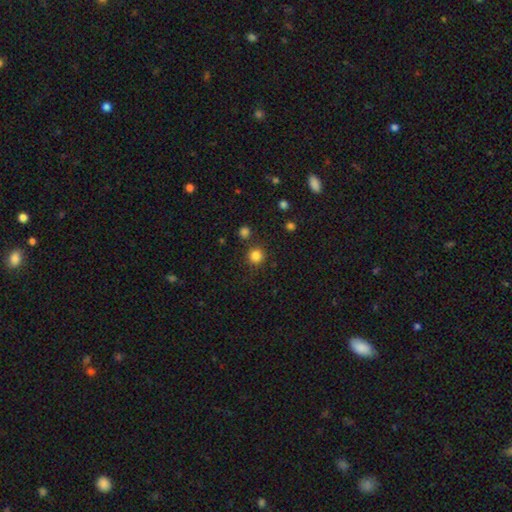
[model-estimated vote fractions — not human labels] Overall: smooth (83%). How rounded: round (94%). Merging: none (86%).